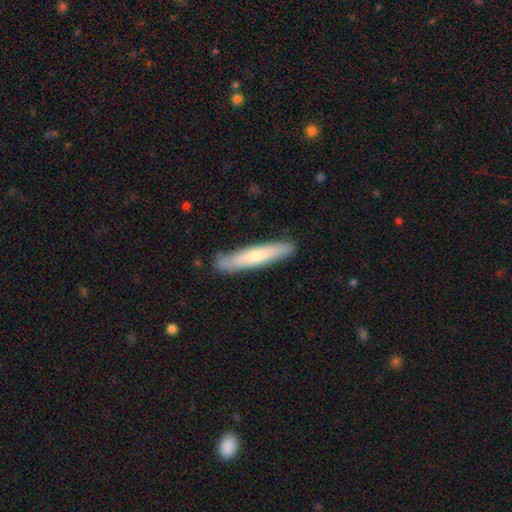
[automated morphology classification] Smooth or featured: smooth — 67% (featured or disk — 28%)
How rounded: cigar-shaped — 91% (in between — 8%)
Merging: none — 81% (minor disturbance — 14%)